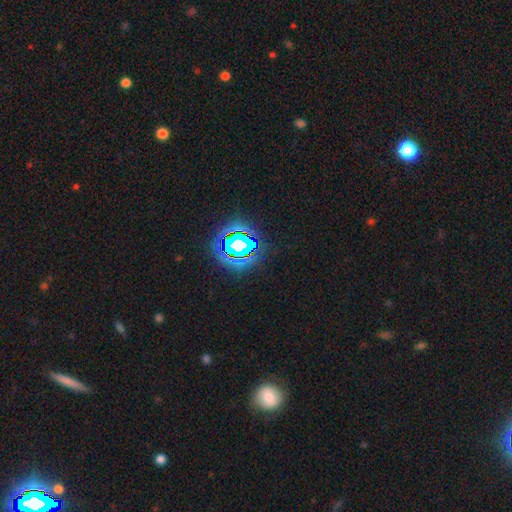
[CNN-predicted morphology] smooth_or_featured: star or artifact (p=0.82) [alt: smooth p=0.11]